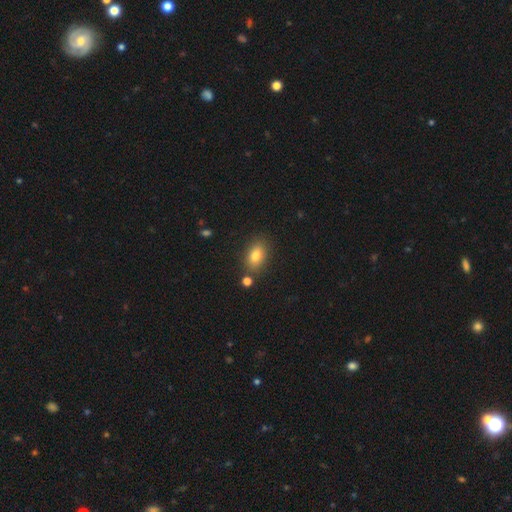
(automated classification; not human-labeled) Smooth or featured? smooth (80%)
How rounded? in between (83%)
Merging? none (79%)